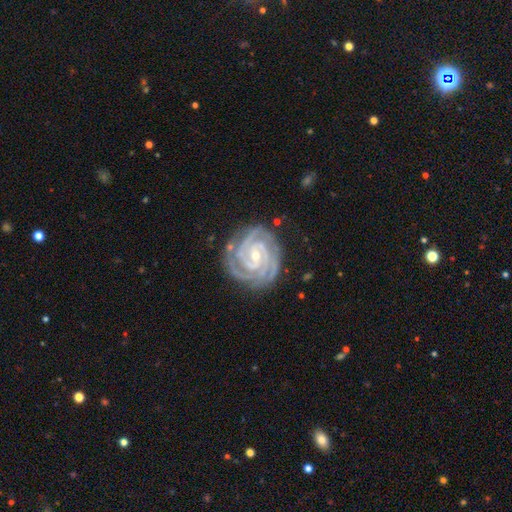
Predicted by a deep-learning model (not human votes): Smooth or featured? Predicted: featured or disk (p=0.93). Edge-on disk? Predicted: no (p=0.98). Bar? Predicted: no (p=0.45). Spiral arms? Predicted: yes (p=0.99). Spiral winding? Predicted: tight (p=0.85). Spiral arm count? Predicted: 3 (p=0.37). Bulge size? Predicted: small (p=0.65). Merging? Predicted: none (p=0.79).